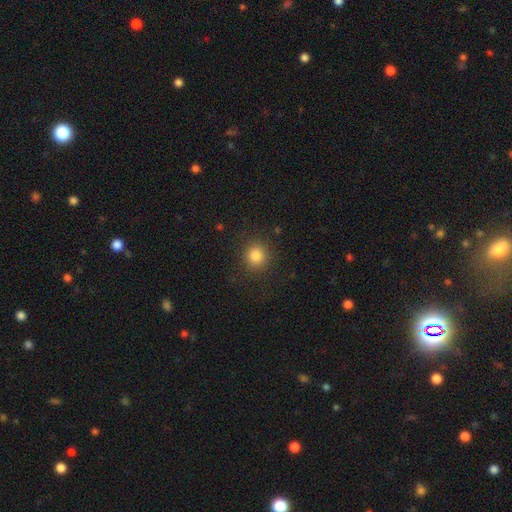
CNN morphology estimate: smooth_or_featured: smooth (p=0.83) [alt: star or artifact p=0.12]
how_rounded: round (p=0.90) [alt: in between p=0.09]
merging: none (p=0.88) [alt: minor disturbance p=0.07]